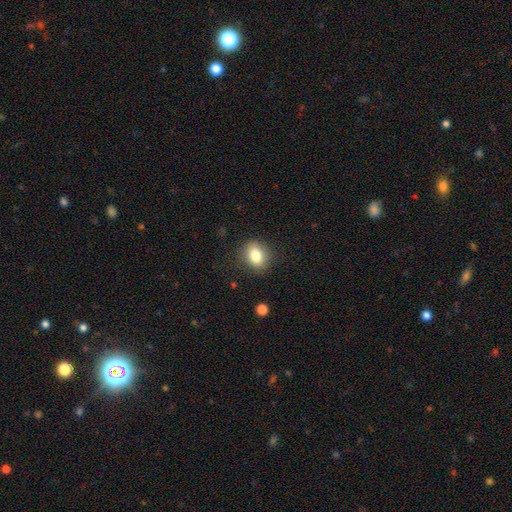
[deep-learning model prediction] Q: Smooth or featured?
A: smooth (83%); runner-up: star or artifact (9%)
Q: How rounded?
A: in between (61%); runner-up: round (37%)
Q: Merging?
A: none (85%); runner-up: minor disturbance (11%)